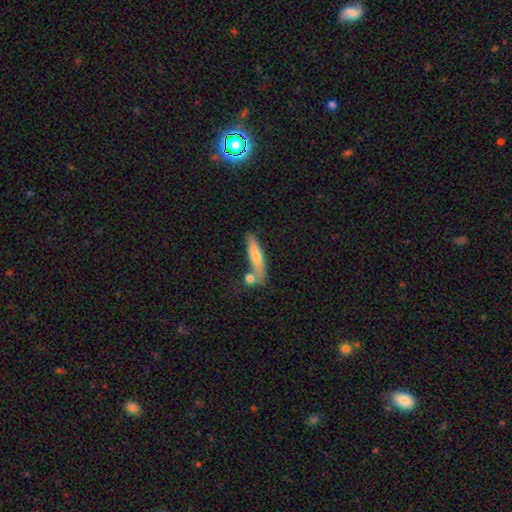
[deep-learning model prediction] This is possibly a smooth galaxy (52%). How rounded: clearly cigar-shaped (83%). Merging: likely none (66%).